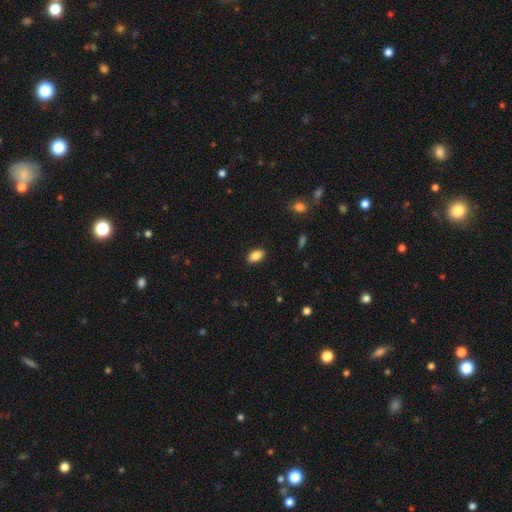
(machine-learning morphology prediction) The model was most divided on "smooth or featured": smooth: 87%, star or artifact: 8%, featured or disk: 5%. More confident: how rounded — in between (91%); merging — none (89%).